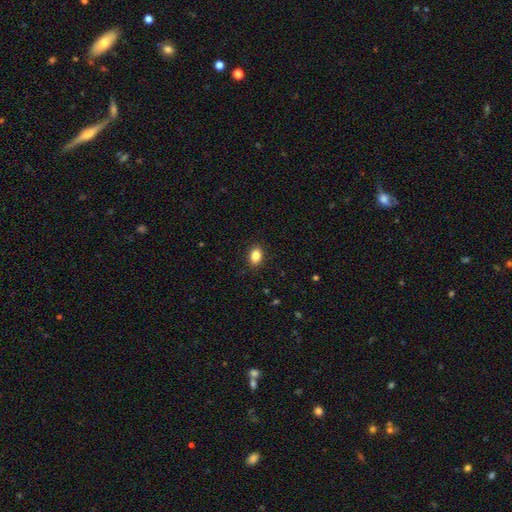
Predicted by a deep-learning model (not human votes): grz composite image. It shows a smooth galaxy with no disk features (86%) that is in between round and cigar-shaped (83%). Merging: none (89%).